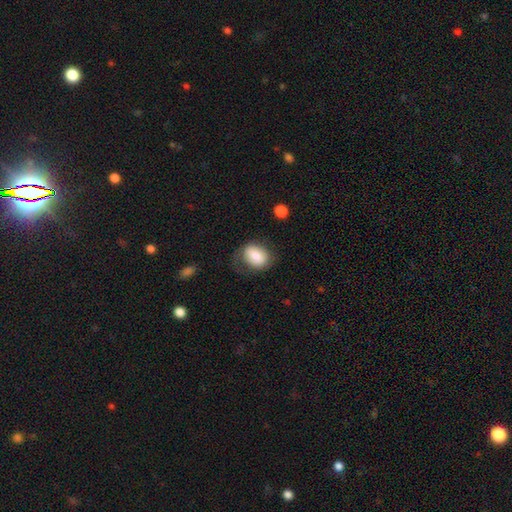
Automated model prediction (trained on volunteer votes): Overall: smooth (77%). How rounded: in between (60%; round 39%). Merging: none (56%; minor disturbance 25%).